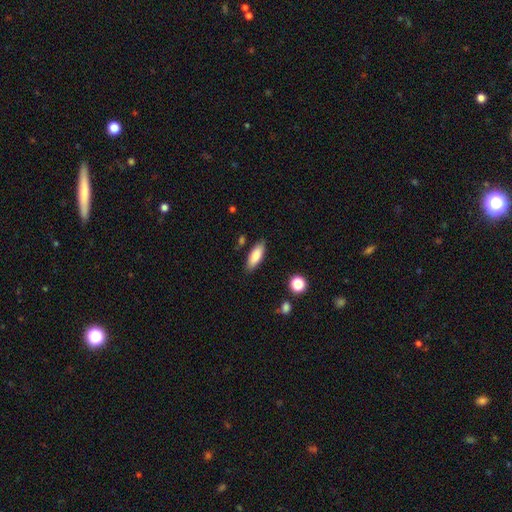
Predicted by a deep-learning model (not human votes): Q: Smooth or featured?
A: smooth (83%); runner-up: featured or disk (10%)
Q: How rounded?
A: in between (69%); runner-up: cigar-shaped (29%)
Q: Merging?
A: none (85%); runner-up: minor disturbance (11%)